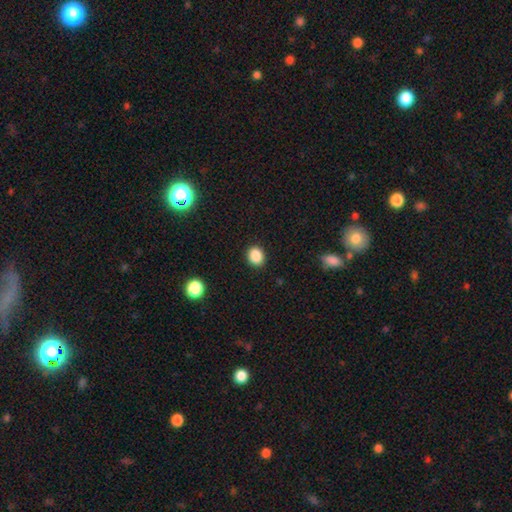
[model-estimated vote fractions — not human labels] smooth_or_featured: smooth (p=0.87) [alt: star or artifact p=0.10]
how_rounded: round (p=0.63) [alt: in between p=0.36]
merging: none (p=0.90) [alt: minor disturbance p=0.07]